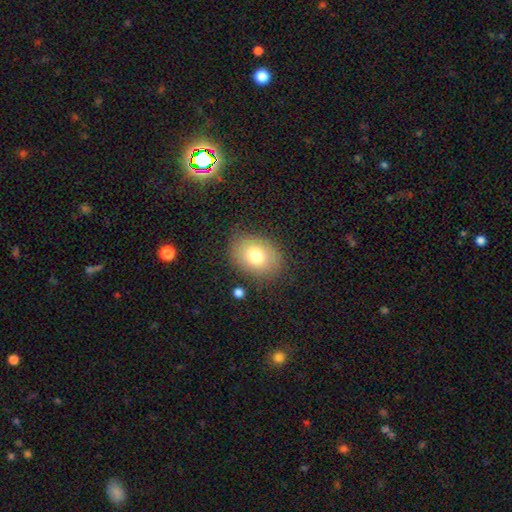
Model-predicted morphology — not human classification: Q: Smooth or featured?
A: smooth (75%); runner-up: featured or disk (15%)
Q: How rounded?
A: in between (67%); runner-up: round (32%)
Q: Merging?
A: none (80%); runner-up: minor disturbance (14%)